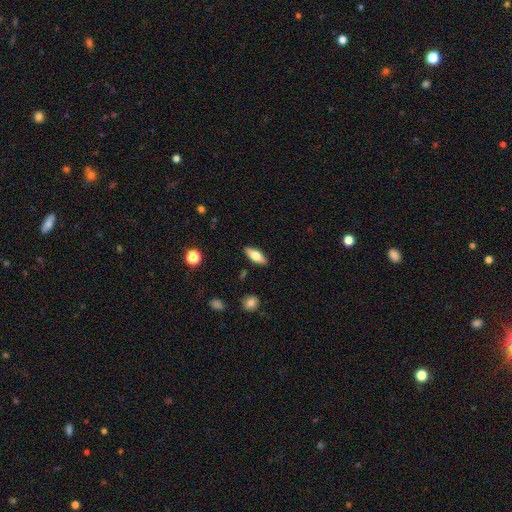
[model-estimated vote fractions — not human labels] Morphology: type=smooth (72%); roundness=in between (77%); merging=none (88%).